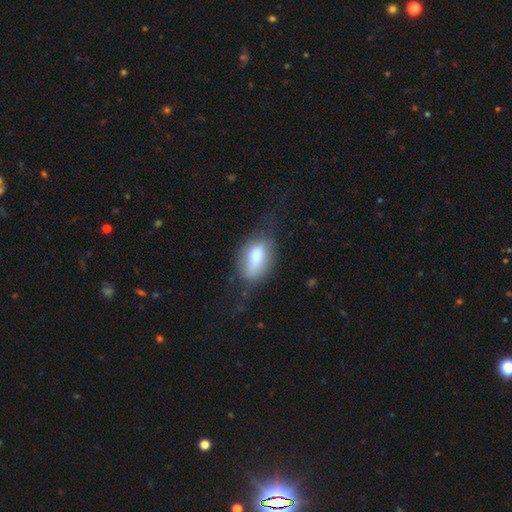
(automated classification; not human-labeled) Smooth or featured?
  - smooth: 69% *
  - featured or disk: 24%
  - star or artifact: 8%
How rounded?
  - in between: 88% *
  - round: 8%
  - cigar-shaped: 4%
Merging?
  - none: 57% *
  - minor disturbance: 27%
  - major disturbance: 14%
  - merger: 2%